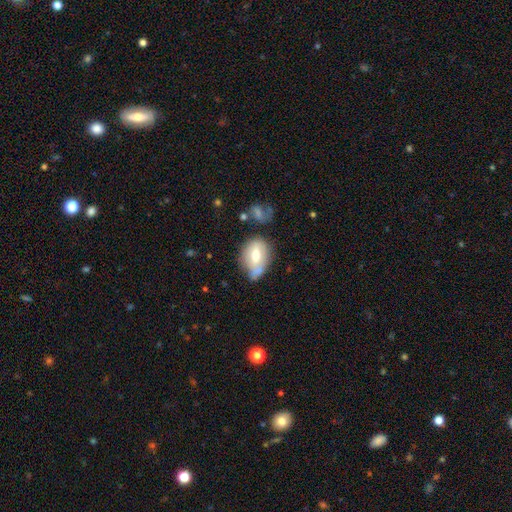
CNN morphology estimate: Smooth or featured? Predicted: smooth (p=0.62). How rounded? Predicted: in between (p=0.75). Merging? Predicted: none (p=0.37).